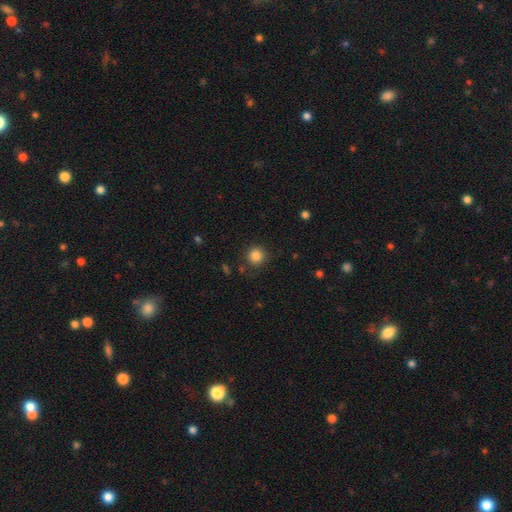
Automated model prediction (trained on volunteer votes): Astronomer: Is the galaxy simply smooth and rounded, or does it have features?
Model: smooth — 85%.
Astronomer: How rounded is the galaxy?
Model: round — 93%.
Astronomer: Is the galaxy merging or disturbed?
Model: none — 86%.